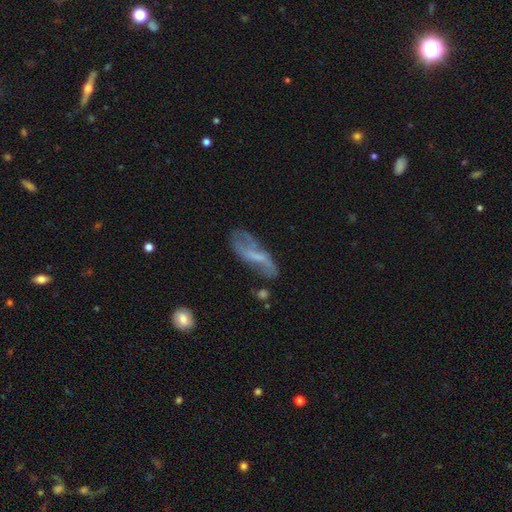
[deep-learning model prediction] smooth_or_featured: featured or disk (p=0.56) [alt: smooth p=0.34]
disk_edge_on: no (p=0.84) [alt: yes p=0.16]
merging: none (p=0.46) [alt: minor disturbance p=0.26]